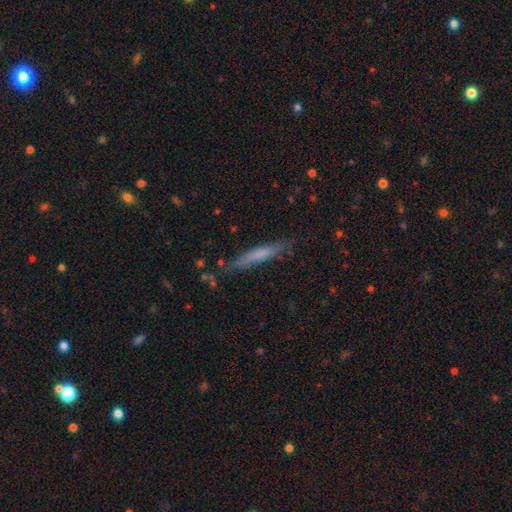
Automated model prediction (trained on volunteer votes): A smooth galaxy with no disk features (64%) that is cigar-shaped (91%). Merging: none (76%).